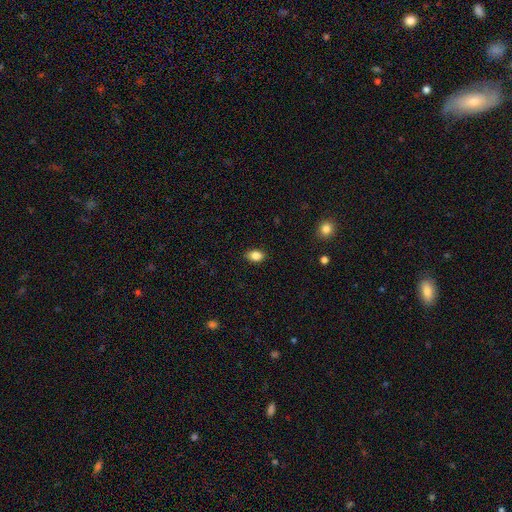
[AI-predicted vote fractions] smooth-or-featured: smooth: 86% | star or artifact: 9% | featured or disk: 5%
  how-rounded: in between: 82% | round: 16% | cigar-shaped: 2%
  merging: none: 87% | minor disturbance: 10% | major disturbance: 2% | merger: 1%